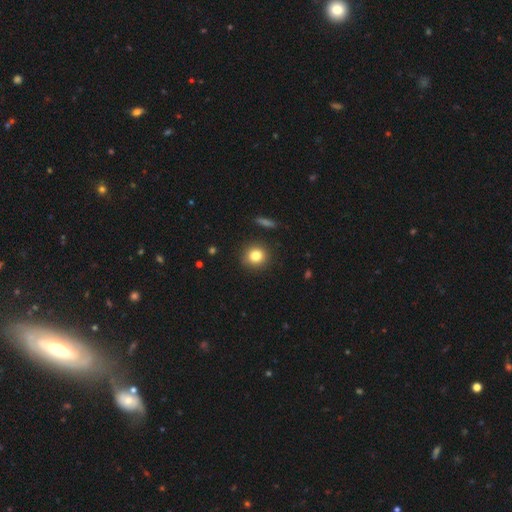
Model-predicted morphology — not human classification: This is clearly a smooth galaxy (82%). How rounded: clearly round (89%). Merging: clearly none (89%).